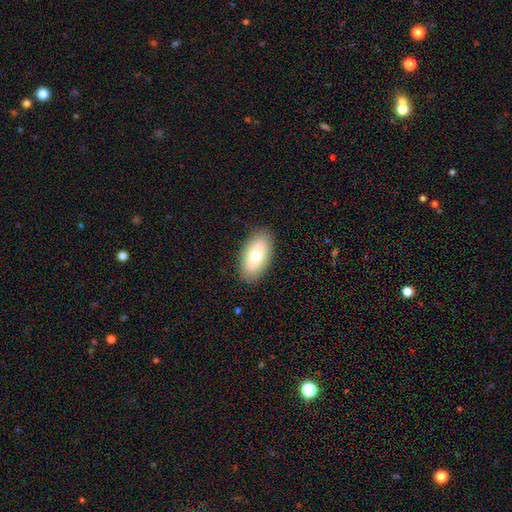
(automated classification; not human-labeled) This appears to be a smooth galaxy with no disk features (72%) that is in between round and cigar-shaped (93%). Merging: none (88%).